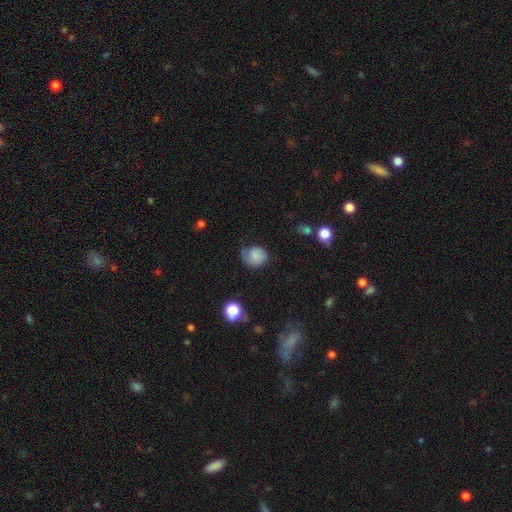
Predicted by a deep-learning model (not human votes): This appears to be a smooth galaxy with no disk features (74%) that is round (75%). Merging: none (46%).